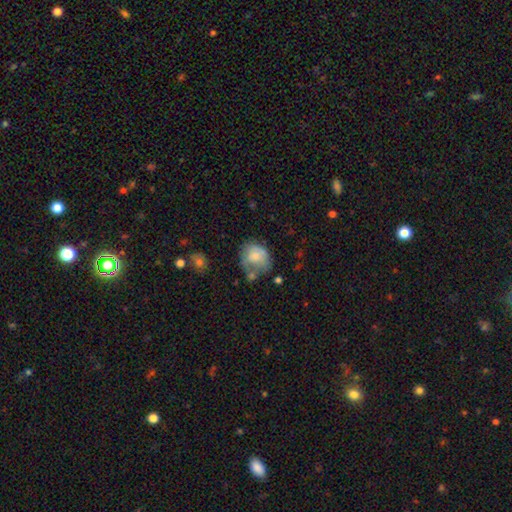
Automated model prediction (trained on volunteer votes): smooth 67%, featured or disk 24%, star or artifact 8%. Down the decision tree: how rounded — round (62%); merging — none (35%).